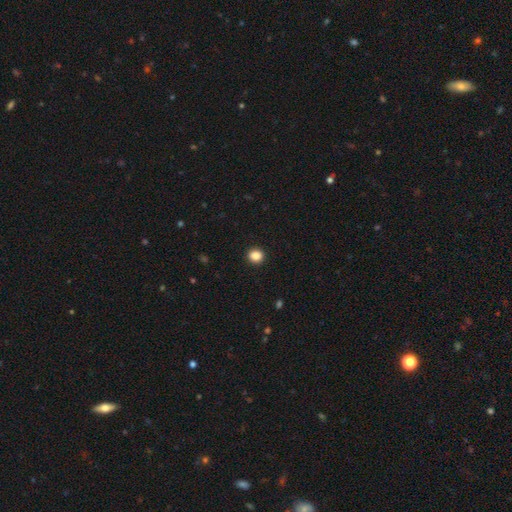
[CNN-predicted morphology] This appears to be a smooth galaxy with no disk features (87%) that is round (76%). Merging: none (92%).